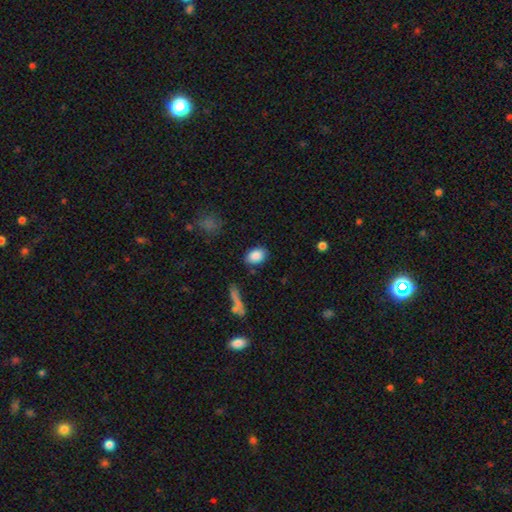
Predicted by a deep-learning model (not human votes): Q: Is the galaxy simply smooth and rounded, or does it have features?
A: smooth — 87%.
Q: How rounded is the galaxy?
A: in between — 81%.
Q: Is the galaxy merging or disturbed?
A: none — 83%.